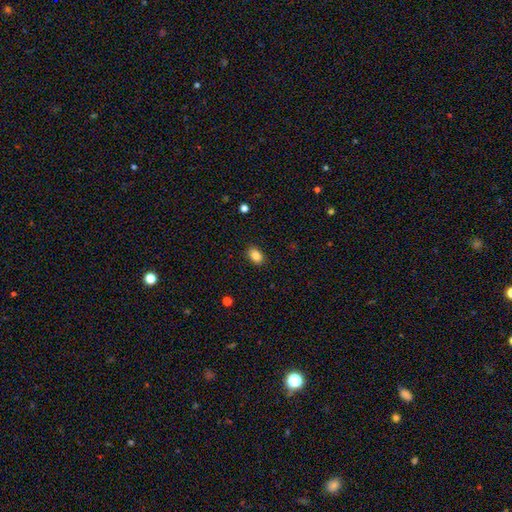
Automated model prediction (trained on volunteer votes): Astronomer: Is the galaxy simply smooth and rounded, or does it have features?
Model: smooth — 86%.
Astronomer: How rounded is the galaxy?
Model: in between — 83%.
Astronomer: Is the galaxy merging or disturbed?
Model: none — 88%.